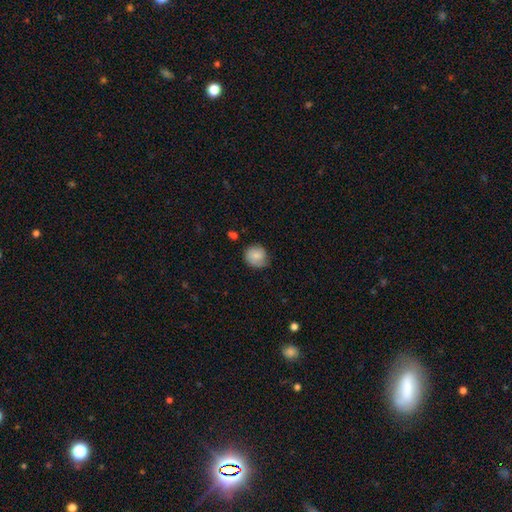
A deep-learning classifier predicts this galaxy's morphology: Smooth or featured? smooth (79%)
How rounded? round (85%)
Merging? none (67%)